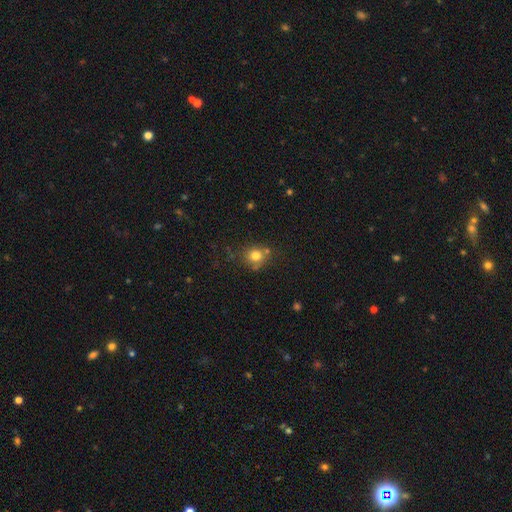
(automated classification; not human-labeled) Morphology: type=smooth (77%); roundness=round (81%); merging=none (68%).